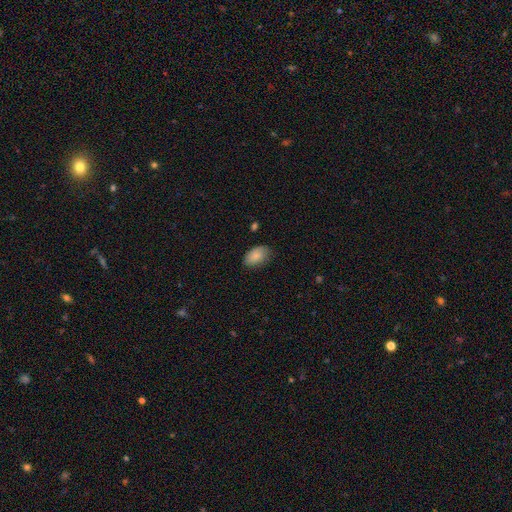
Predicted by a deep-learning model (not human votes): smooth-or-featured: smooth: 85% | featured or disk: 9% | star or artifact: 7%
  how-rounded: in between: 92% | round: 6% | cigar-shaped: 1%
  merging: none: 74% | minor disturbance: 21% | major disturbance: 4% | merger: 1%